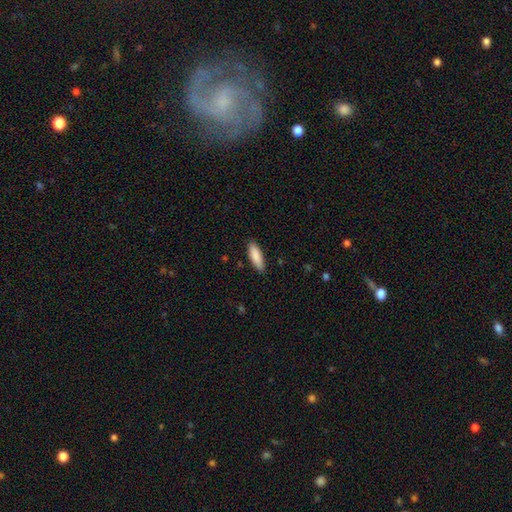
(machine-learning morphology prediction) Smooth or featured? smooth (88%)
How rounded? in between (54%)
Merging? none (87%)